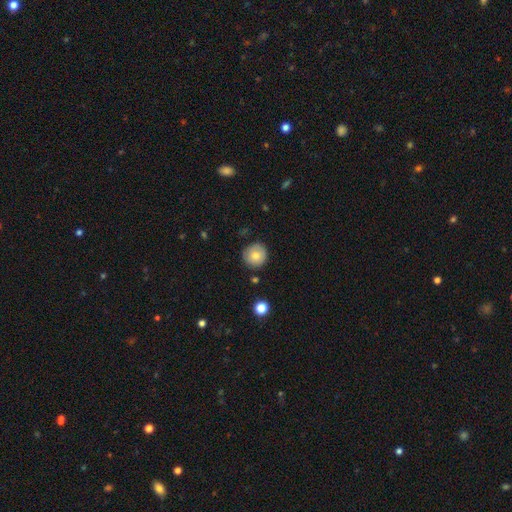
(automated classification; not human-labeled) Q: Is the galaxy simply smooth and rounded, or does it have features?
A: smooth — 76%.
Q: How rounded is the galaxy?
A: round — 95%.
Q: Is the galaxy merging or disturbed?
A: none — 86%.